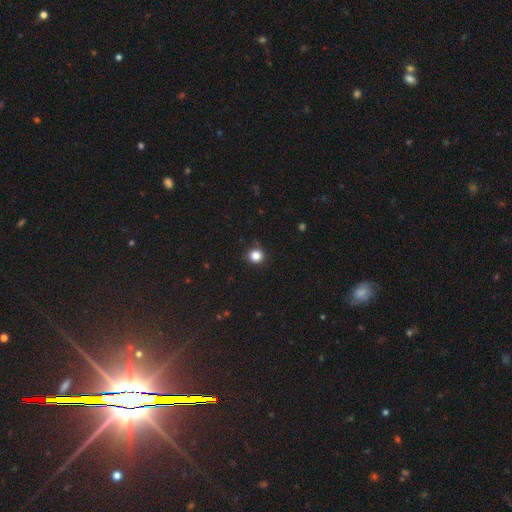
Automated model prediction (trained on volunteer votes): A smooth galaxy with no disk features (83%) that is round (93%).

Vote fractions:
- Smooth or featured? smooth: 83% / star or artifact: 13% / featured or disk: 4%
- How rounded? round: 93% / in between: 7% / cigar-shaped: 1%
- Merging? none: 87% / minor disturbance: 10% / major disturbance: 2% / merger: 1%